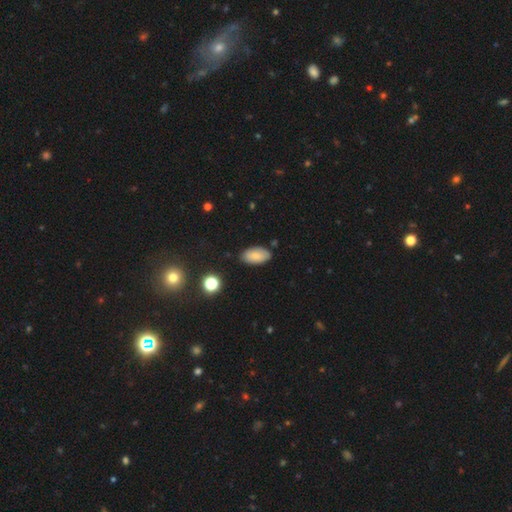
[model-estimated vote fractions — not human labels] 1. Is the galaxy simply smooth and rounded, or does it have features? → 81% smooth, 11% featured or disk, 8% star or artifact.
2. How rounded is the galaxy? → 95% in between, 3% round, 3% cigar-shaped.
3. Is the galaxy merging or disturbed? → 83% none, 13% minor disturbance, 2% major disturbance, 2% merger.